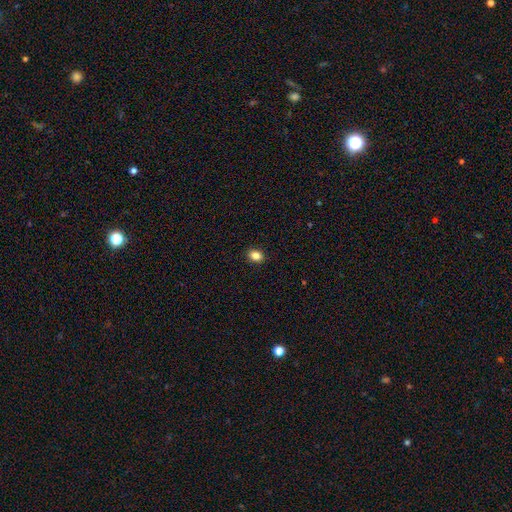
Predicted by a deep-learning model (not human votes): Smooth or featured? smooth (85%)
How rounded? in between (60%)
Merging? none (90%)